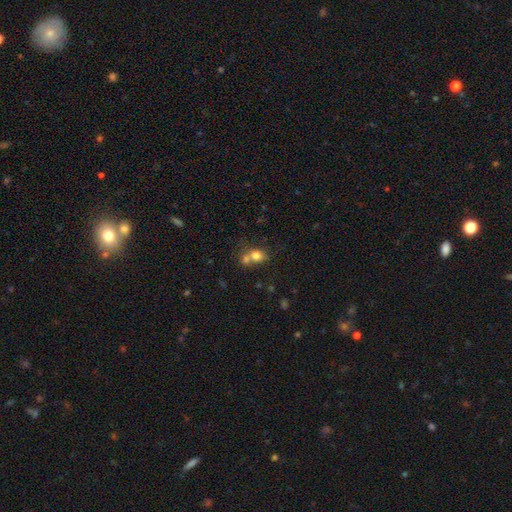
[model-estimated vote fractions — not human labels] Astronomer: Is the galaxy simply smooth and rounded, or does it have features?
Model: smooth — 74%.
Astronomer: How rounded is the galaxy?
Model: round — 59% (runner-up: in between, 40%).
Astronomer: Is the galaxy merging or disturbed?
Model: merger — 51% (runner-up: none, 35%).